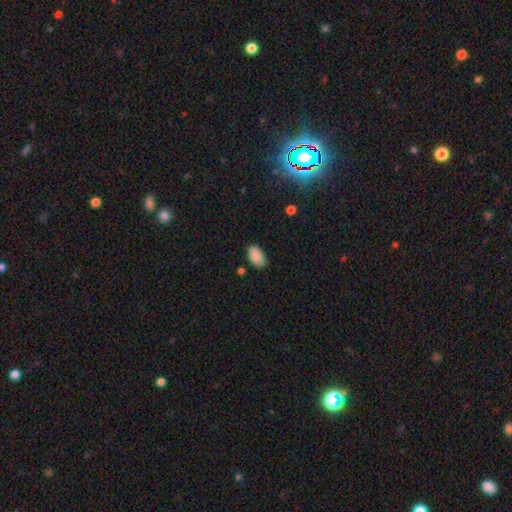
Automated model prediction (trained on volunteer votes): Smooth or featured? Predicted: smooth (p=0.89). How rounded? Predicted: in between (p=0.94). Merging? Predicted: none (p=0.80).